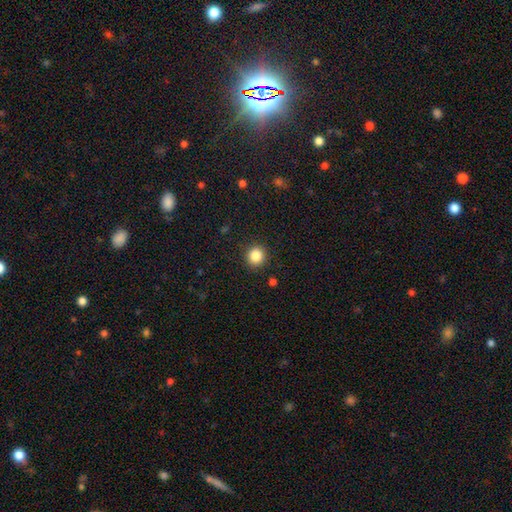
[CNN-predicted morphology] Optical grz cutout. It shows a smooth galaxy with no disk features (85%) that is round (91%). Merging: none (91%).